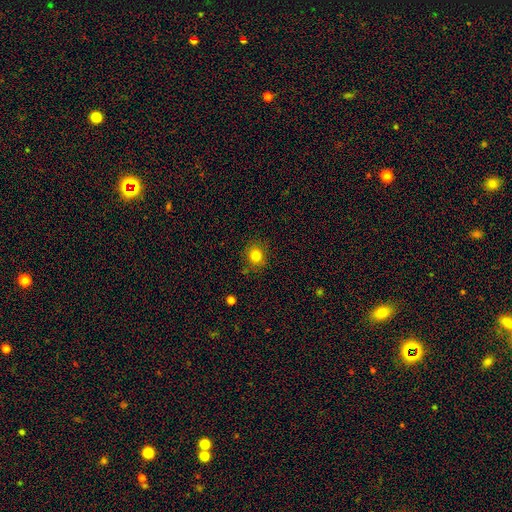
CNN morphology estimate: Overall: smooth (82%). How rounded: round (83%). Merging: none (85%).